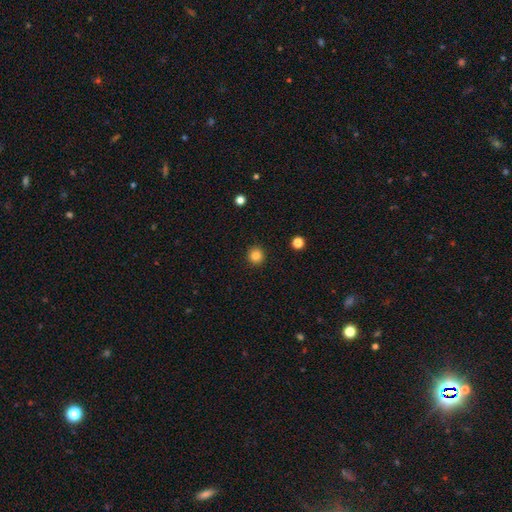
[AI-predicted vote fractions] This appears to be a smooth galaxy with no disk features (85%) that is round (95%). Merging: none (92%).